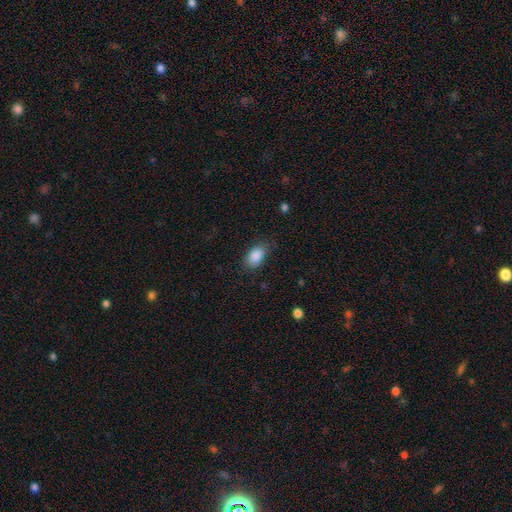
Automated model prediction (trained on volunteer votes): Smooth or featured? smooth (88%)
How rounded? in between (90%)
Merging? none (77%)